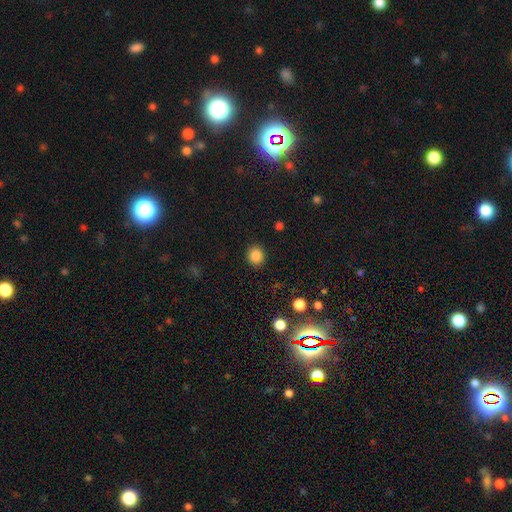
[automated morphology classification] Q: Smooth or featured?
A: smooth (85%); runner-up: star or artifact (11%)
Q: How rounded?
A: round (81%); runner-up: in between (18%)
Q: Merging?
A: none (90%); runner-up: minor disturbance (6%)